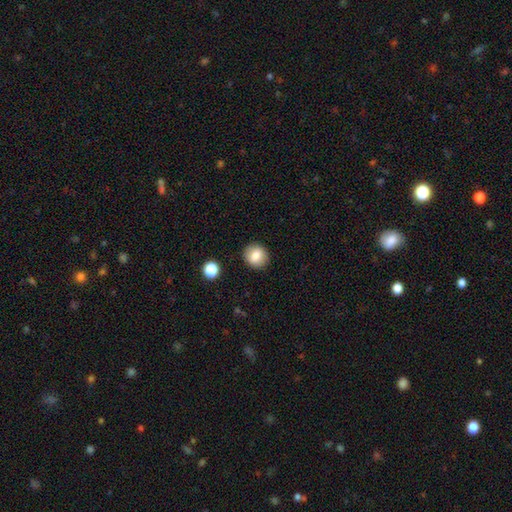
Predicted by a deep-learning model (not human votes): Morphology: type=smooth (81%); roundness=round (84%); merging=none (89%).